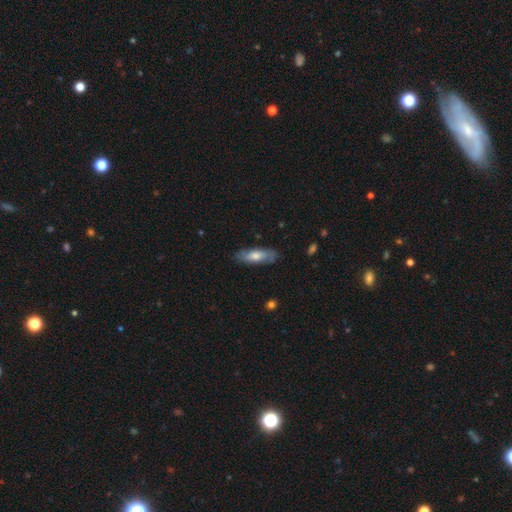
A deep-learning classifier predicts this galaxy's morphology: smooth_or_featured: smooth (p=0.59) [alt: featured or disk p=0.35]
how_rounded: in between (p=0.53) [alt: cigar-shaped p=0.45]
merging: none (p=0.78) [alt: minor disturbance p=0.17]